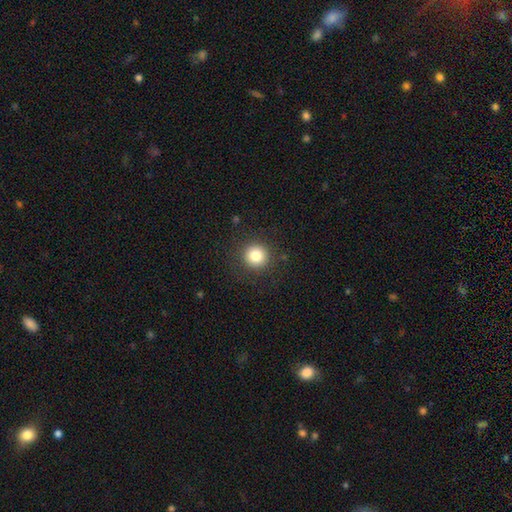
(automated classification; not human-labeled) The model was most divided on "smooth or featured": smooth: 82%, star or artifact: 12%, featured or disk: 6%. More confident: how rounded — round (94%); merging — none (90%).